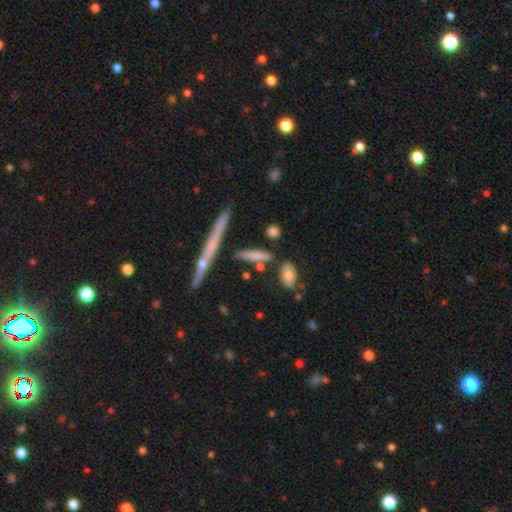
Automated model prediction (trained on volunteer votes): A smooth galaxy with no disk features (65%) that is cigar-shaped (70%).

Vote fractions:
- Smooth or featured? smooth: 65% / featured or disk: 26% / star or artifact: 9%
- How rounded? cigar-shaped: 70% / in between: 26% / round: 4%
- Merging? none: 70% / minor disturbance: 15% / merger: 10% / major disturbance: 5%